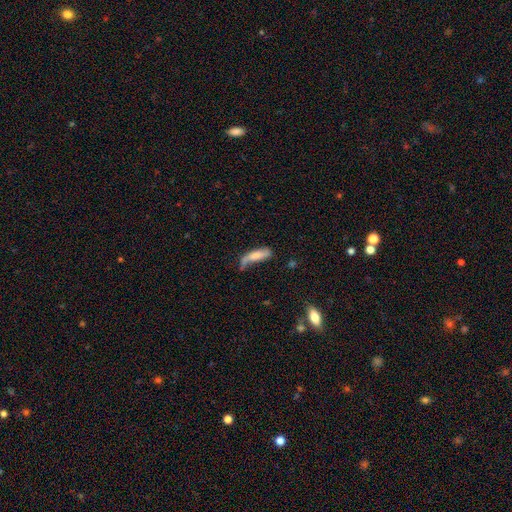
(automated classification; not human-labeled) smooth_or_featured: smooth (p=0.65) [alt: featured or disk p=0.27]
how_rounded: cigar-shaped (p=0.56) [alt: in between p=0.42]
merging: minor disturbance (p=0.32) [tied with: none p=0.32]